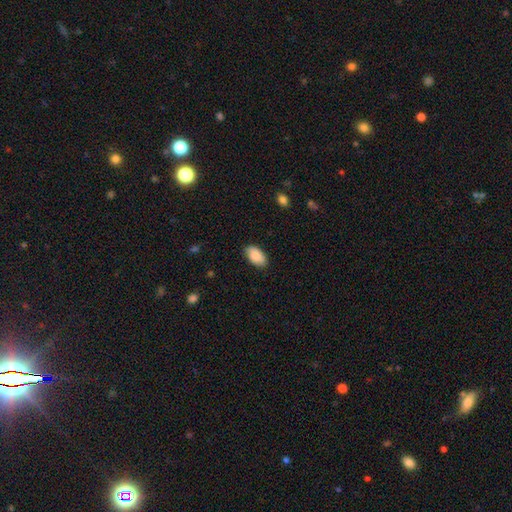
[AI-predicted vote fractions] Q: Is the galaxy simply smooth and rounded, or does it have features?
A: smooth — 87%.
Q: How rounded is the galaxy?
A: in between — 94%.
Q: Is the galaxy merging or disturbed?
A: none — 83%.